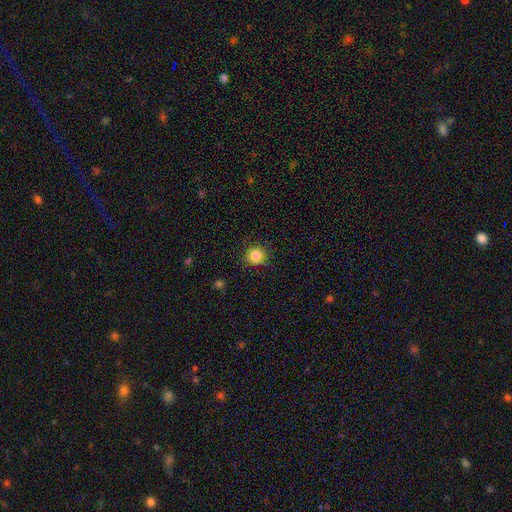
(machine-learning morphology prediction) This appears to be a smooth galaxy with no disk features (85%) that is round (93%). Merging: none (89%).